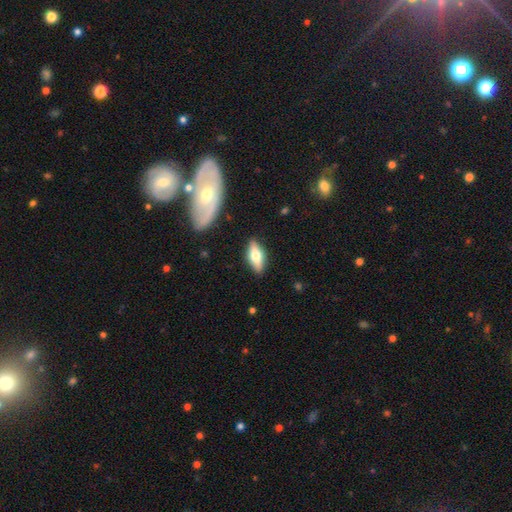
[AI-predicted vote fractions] This is possibly a smooth galaxy (50%). How rounded: likely in between (67%). Merging: clearly none (87%).